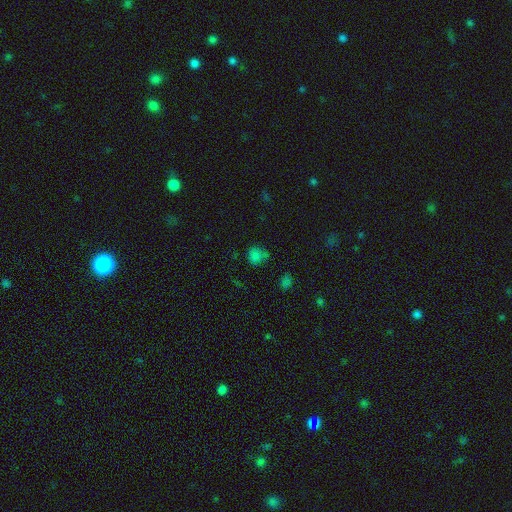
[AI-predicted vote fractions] Smooth or featured? Predicted: smooth (p=0.69). How rounded? Predicted: round (p=0.80). Merging? Predicted: none (p=0.62).